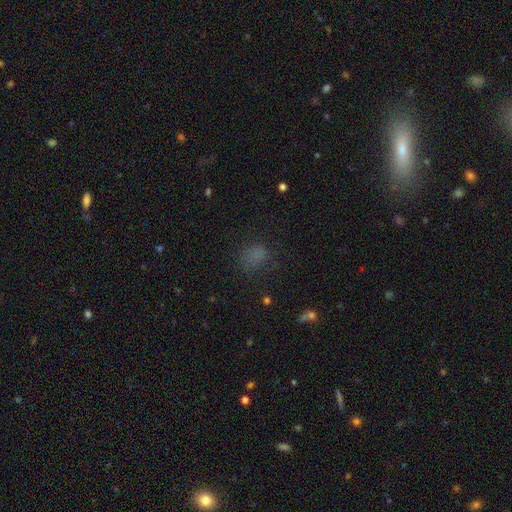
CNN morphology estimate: smooth 67%, star or artifact 24%, featured or disk 9%. Down the decision tree: how rounded — in between (52%); merging — none (62%).